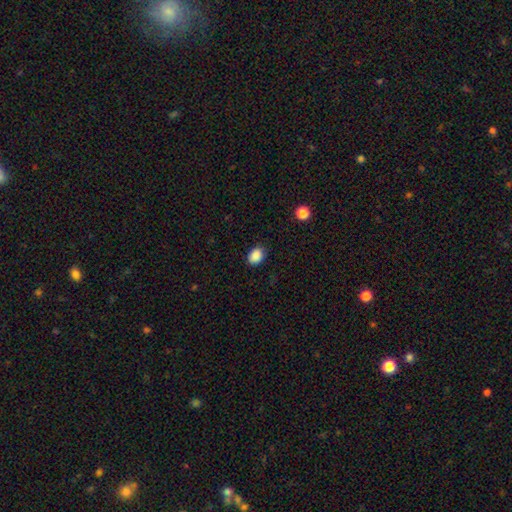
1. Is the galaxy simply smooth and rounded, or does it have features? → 95% smooth, 3% featured or disk, 3% star or artifact.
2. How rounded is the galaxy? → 56% round, 44% in between, 0% cigar-shaped.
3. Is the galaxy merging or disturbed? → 76% none, 22% minor disturbance, 3% major disturbance, 0% merger.